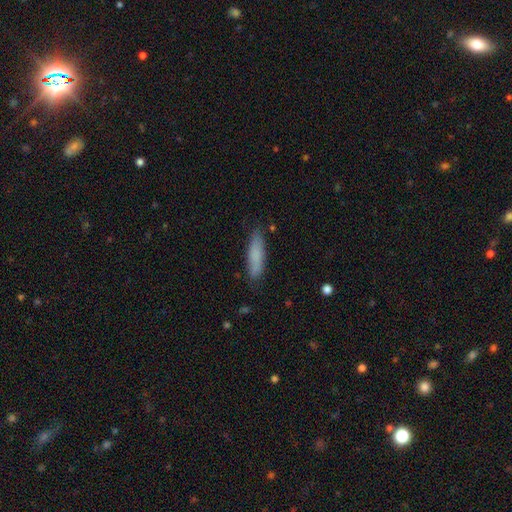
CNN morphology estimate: This appears to be a smooth galaxy with no disk features (81%) that is cigar-shaped (72%). Merging: none (83%).